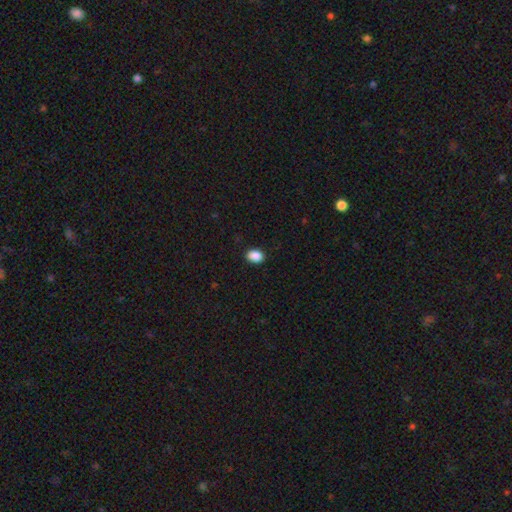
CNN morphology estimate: The model was most divided on "how rounded": in between: 72%, round: 27%, cigar-shaped: 1%. More confident: smooth or featured — smooth (89%); merging — none (88%).